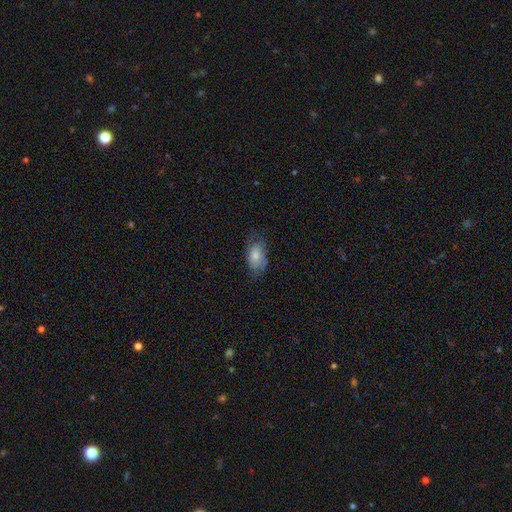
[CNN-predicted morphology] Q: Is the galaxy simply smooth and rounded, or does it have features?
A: smooth — 71%.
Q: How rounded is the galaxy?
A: in between — 89%.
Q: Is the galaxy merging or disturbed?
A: none — 61%.